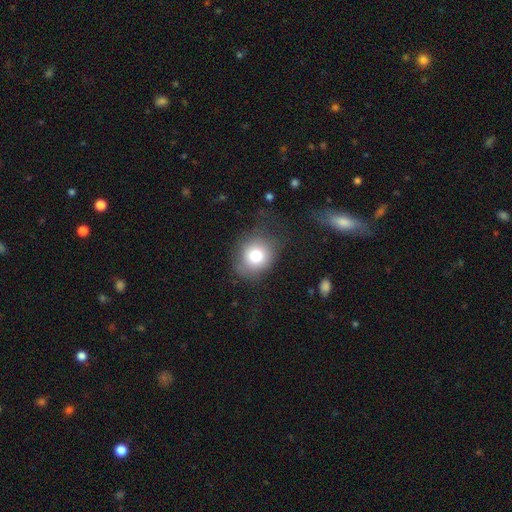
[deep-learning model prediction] Morphology: type=smooth (76%); roundness=round (77%); merging=none (67%).